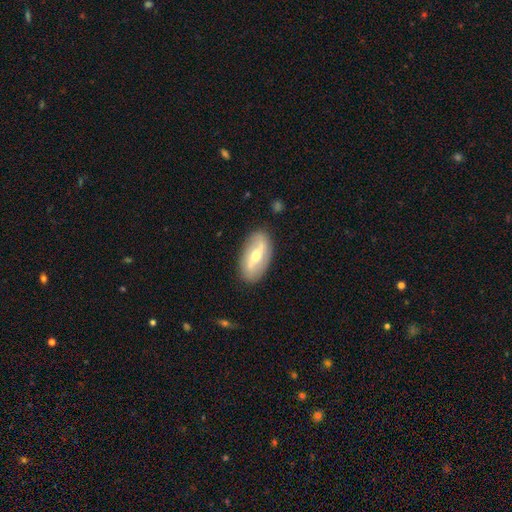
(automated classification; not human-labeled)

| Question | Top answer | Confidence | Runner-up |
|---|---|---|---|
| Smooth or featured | featured or disk | 68% | smooth (26%) |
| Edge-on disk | no | 87% | yes (13%) |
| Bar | strong | 41% | weak (35%) |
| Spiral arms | yes | 67% | no (33%) |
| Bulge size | moderate | 65% | small (29%) |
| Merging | none | 86% | minor disturbance (10%) |